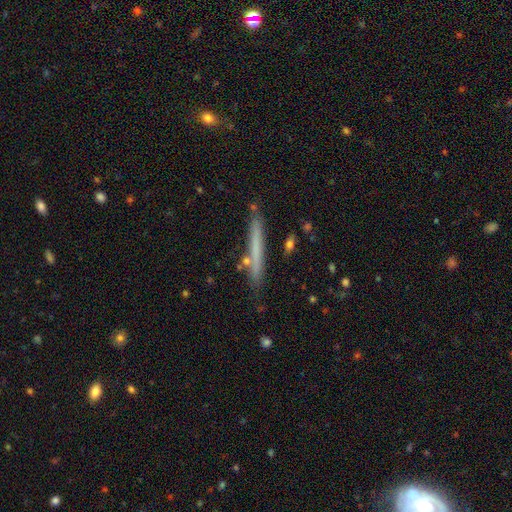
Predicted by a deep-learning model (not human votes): smooth-or-featured: smooth: 52% | featured or disk: 40% | star or artifact: 9%
  how-rounded: cigar-shaped: 96% | in between: 3% | round: 2%
  merging: none: 82% | minor disturbance: 12% | merger: 3% | major disturbance: 2%